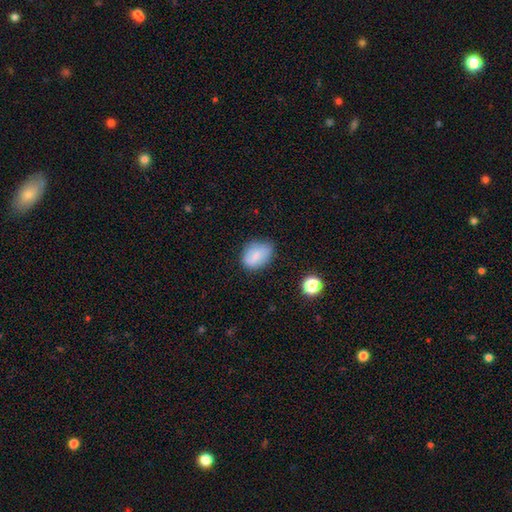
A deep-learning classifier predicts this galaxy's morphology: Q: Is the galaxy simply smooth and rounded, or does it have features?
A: smooth — 78%.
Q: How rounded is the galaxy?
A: in between — 72%.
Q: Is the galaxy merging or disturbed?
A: none — 60%.